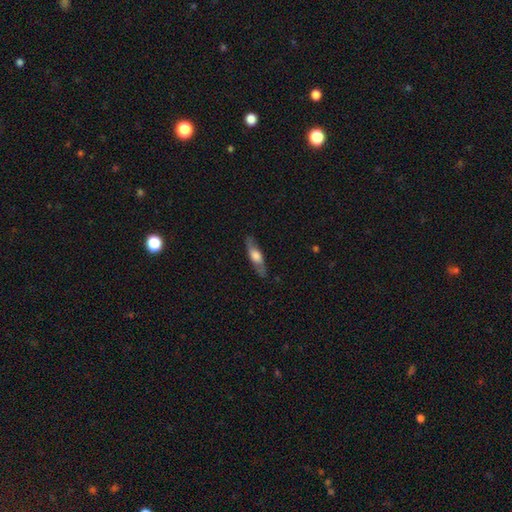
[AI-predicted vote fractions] This is possibly a smooth galaxy (48%). Merging: clearly none (82%).